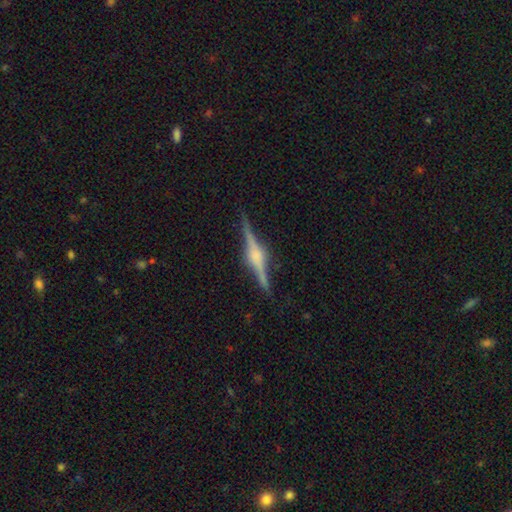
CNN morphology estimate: This appears to be a featured or disk galaxy (85%) viewed edge-on (98%) with a rounded central bulge (81%). Merging: none (89%).